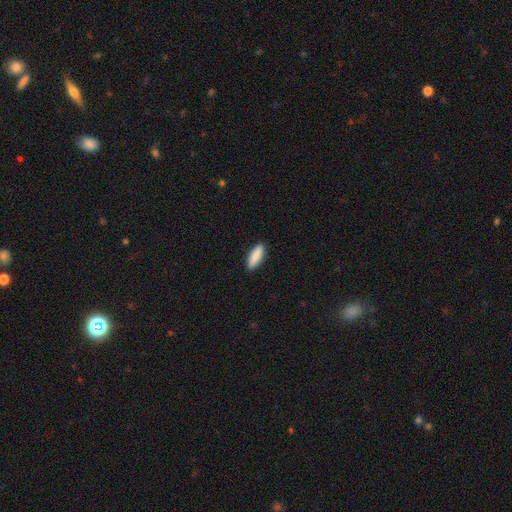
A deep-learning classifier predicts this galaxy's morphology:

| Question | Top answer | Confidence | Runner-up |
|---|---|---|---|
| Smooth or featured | smooth | 88% | featured or disk (6%) |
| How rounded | in between | 54% | cigar-shaped (44%) |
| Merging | none | 90% | minor disturbance (7%) |